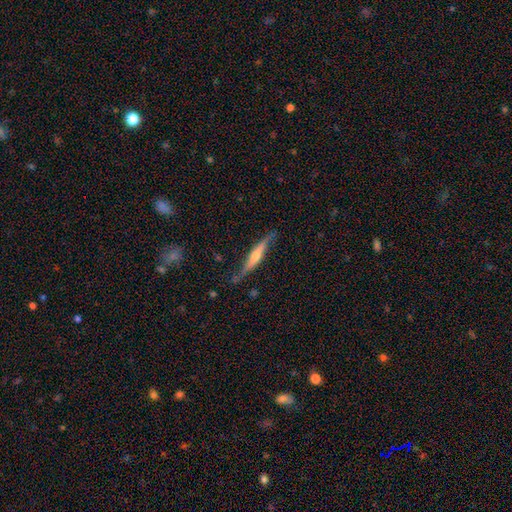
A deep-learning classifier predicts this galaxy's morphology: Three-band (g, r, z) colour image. It shows a featured or disk galaxy (75%) viewed edge-on (85%) with a rounded central bulge (85%). Merging: none (70%).